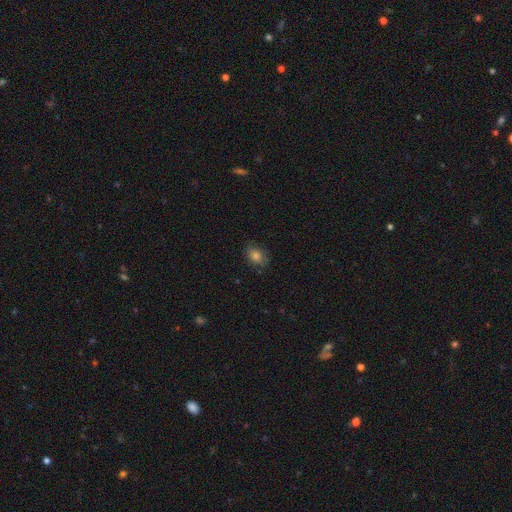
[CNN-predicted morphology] A smooth galaxy with no disk features (80%) that is in between round and cigar-shaped (69%). Merging: none (83%).